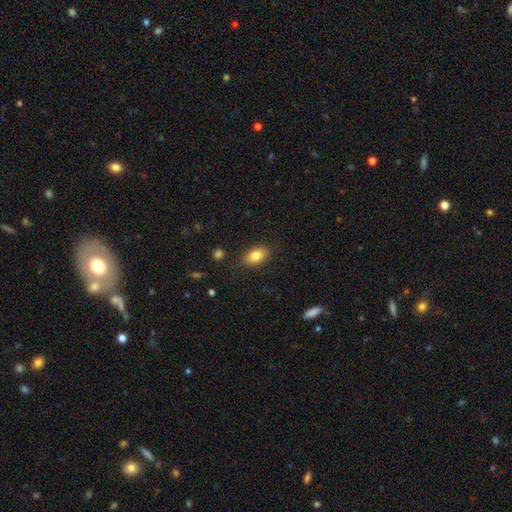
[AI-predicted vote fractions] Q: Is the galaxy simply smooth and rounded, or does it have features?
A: smooth — 82%.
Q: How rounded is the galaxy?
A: in between — 88%.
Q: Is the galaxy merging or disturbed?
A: none — 84%.